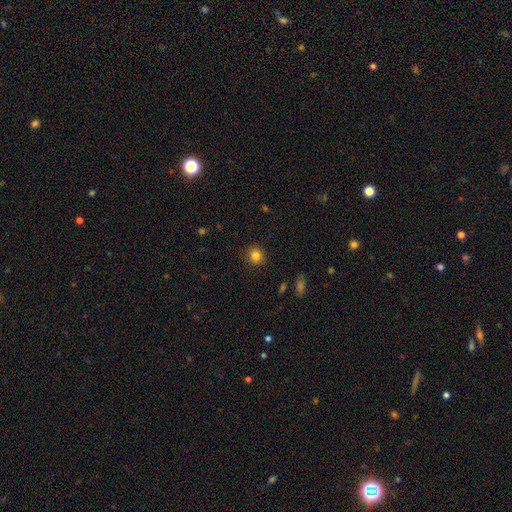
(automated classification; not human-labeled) The model was most divided on "smooth or featured": smooth: 83%, star or artifact: 12%, featured or disk: 5%. More confident: merging — none (90%); how rounded — round (88%).